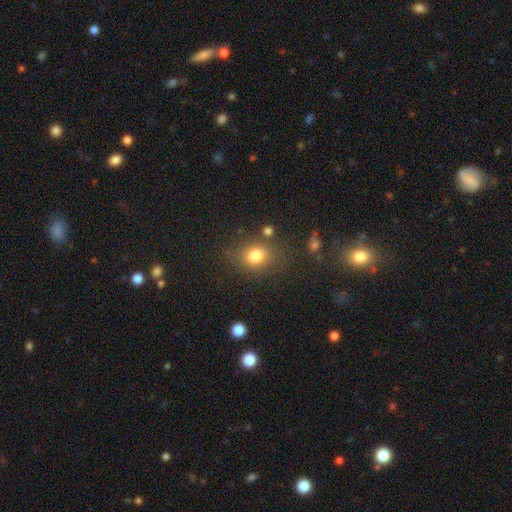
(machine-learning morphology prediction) Smooth or featured: smooth — 79% (star or artifact — 13%)
How rounded: round — 60% (in between — 39%)
Merging: none — 75% (minor disturbance — 13%)